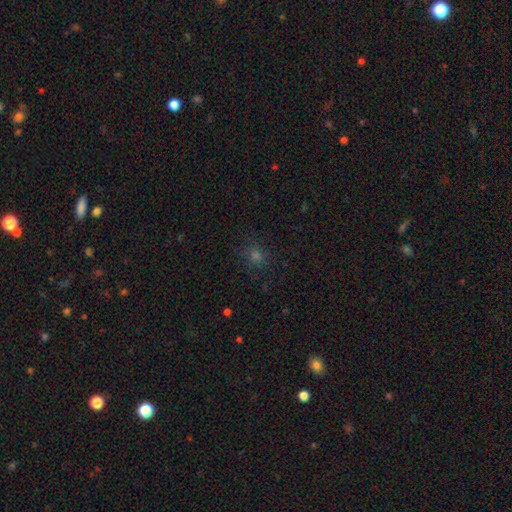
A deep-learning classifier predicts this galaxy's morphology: Smooth or featured?
  - smooth: 59% *
  - star or artifact: 34%
  - featured or disk: 7%
How rounded?
  - round: 80% *
  - in between: 18%
  - cigar-shaped: 1%
Merging?
  - none: 86% *
  - minor disturbance: 10%
  - major disturbance: 4%
  - merger: 1%